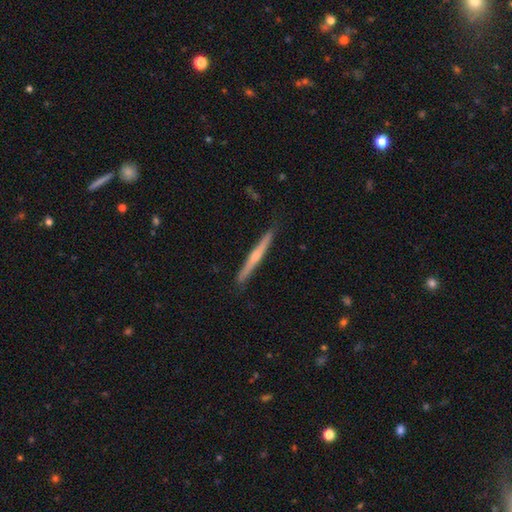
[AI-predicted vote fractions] Morphology: type=featured or disk (62%); edge-on=yes (98%); edge-on bulge=rounded (56%); merging=none (89%).